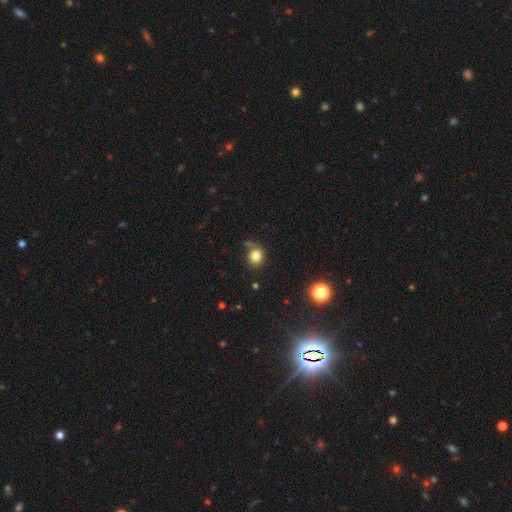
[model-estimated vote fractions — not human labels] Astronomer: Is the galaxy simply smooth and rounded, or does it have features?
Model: smooth — 80%.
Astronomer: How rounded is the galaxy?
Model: round — 75%.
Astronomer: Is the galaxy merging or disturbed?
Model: none — 66%.